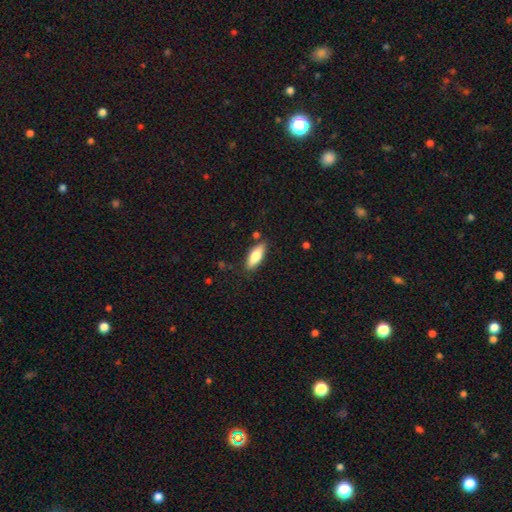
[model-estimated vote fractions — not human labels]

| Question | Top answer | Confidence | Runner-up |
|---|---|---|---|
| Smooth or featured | smooth | 75% | featured or disk (19%) |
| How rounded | in between | 67% | cigar-shaped (31%) |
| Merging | none | 83% | minor disturbance (12%) |